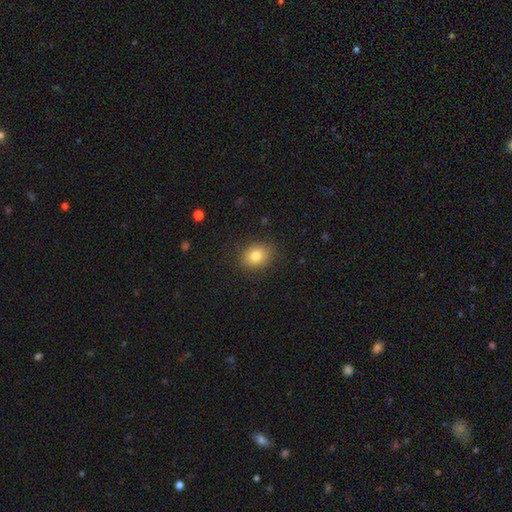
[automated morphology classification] Overall: smooth (81%). How rounded: in between (52%; round 47%). Merging: none (84%).